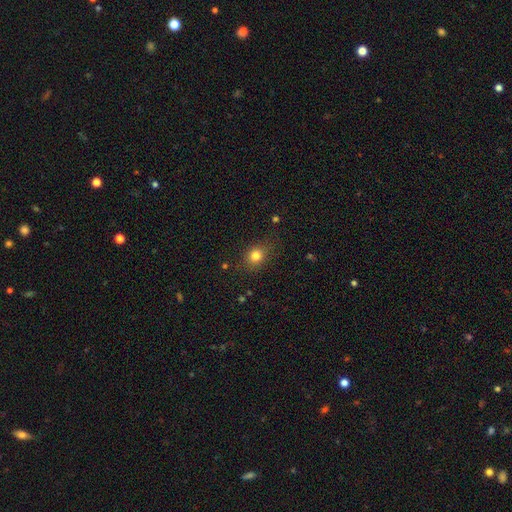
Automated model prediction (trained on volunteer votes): Q: Smooth or featured?
A: smooth (79%); runner-up: star or artifact (13%)
Q: How rounded?
A: round (65%); runner-up: in between (33%)
Q: Merging?
A: none (80%); runner-up: minor disturbance (14%)